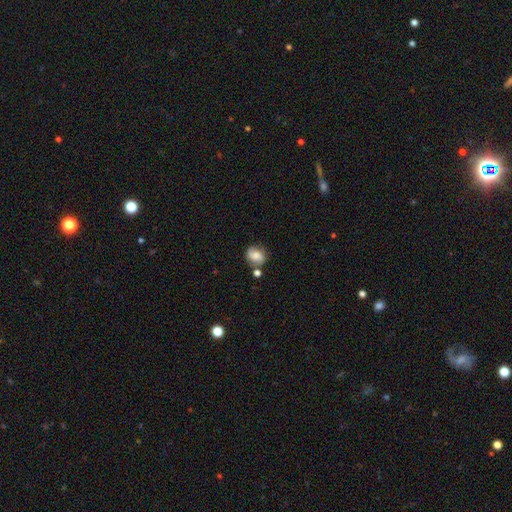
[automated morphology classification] Smooth or featured: smooth — 60% (featured or disk — 29%)
How rounded: round — 54% (in between — 45%)
Merging: none — 60% (minor disturbance — 20%)